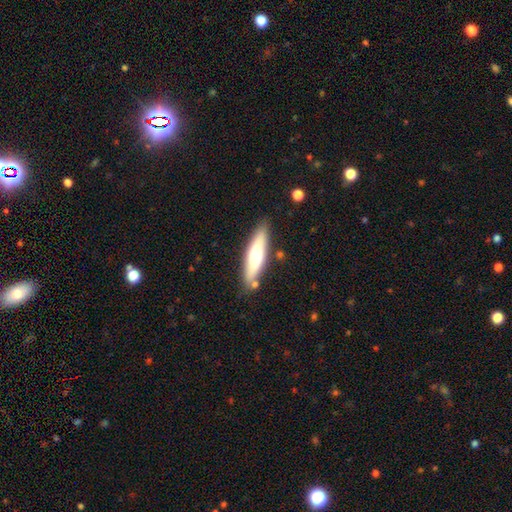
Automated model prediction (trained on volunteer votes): This appears to be a smooth galaxy with no disk features (55%) that is cigar-shaped (67%). Merging: none (79%).